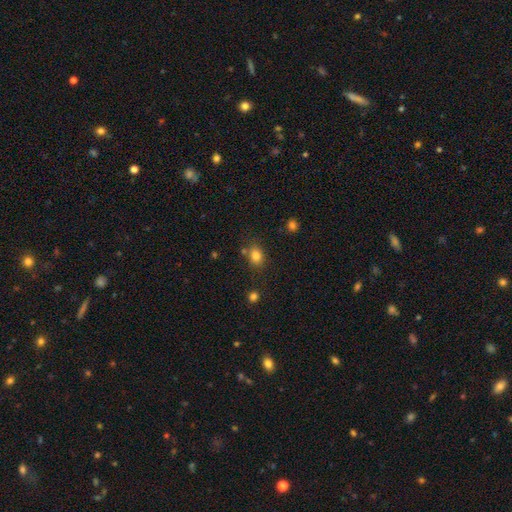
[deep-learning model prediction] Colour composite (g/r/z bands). It shows a smooth galaxy with no disk features (82%) that is in between round and cigar-shaped (52%). Merging: none (72%).